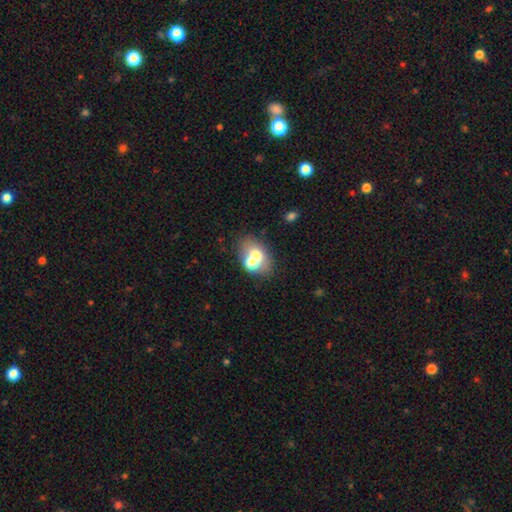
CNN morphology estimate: Q: Smooth or featured?
A: smooth (61%); runner-up: featured or disk (28%)
Q: How rounded?
A: in between (66%); runner-up: round (33%)
Q: Merging?
A: none (44%); runner-up: merger (40%)